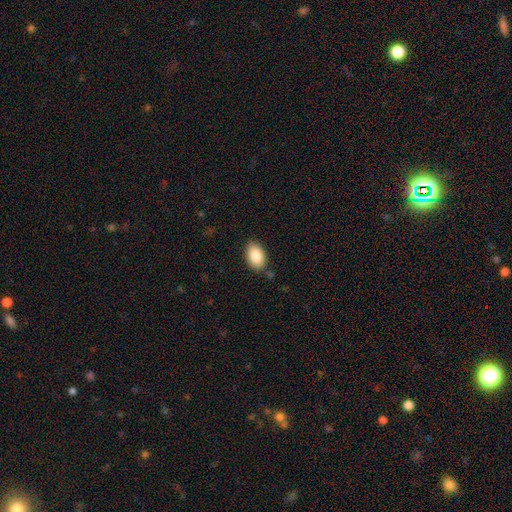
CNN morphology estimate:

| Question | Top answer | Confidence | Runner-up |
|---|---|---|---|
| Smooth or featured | smooth | 86% | featured or disk (7%) |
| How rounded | in between | 92% | round (7%) |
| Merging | none | 83% | minor disturbance (12%) |